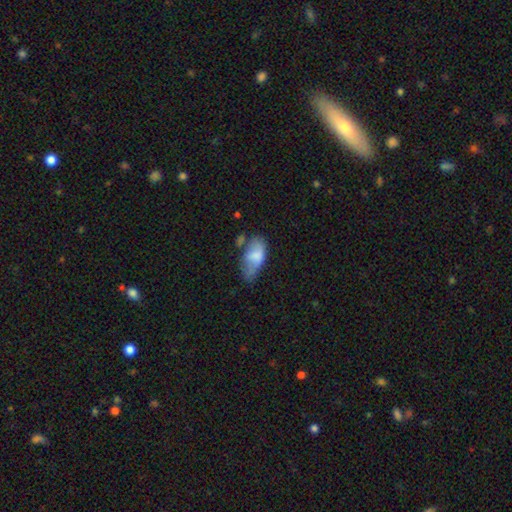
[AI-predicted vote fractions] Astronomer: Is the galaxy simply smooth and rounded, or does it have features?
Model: smooth — 69%.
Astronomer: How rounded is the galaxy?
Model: in between — 90%.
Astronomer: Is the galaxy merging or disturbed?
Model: minor disturbance — 36% (runner-up: none, 30%).